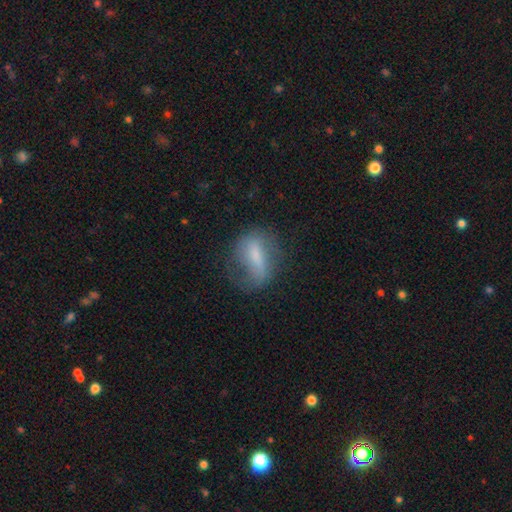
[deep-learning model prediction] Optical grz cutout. It shows a smooth galaxy with no disk features (52%) that is in between round and cigar-shaped (69%). Merging: none (50%).